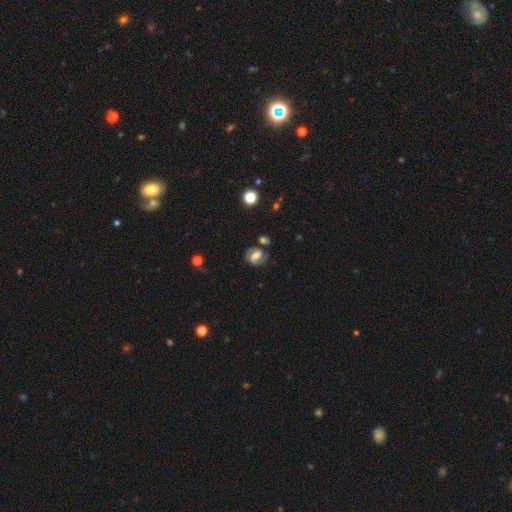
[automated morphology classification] This is likely a featured or disk galaxy (64%). It is clearly not viewed edge-on (96%). Bar: marginally weak (41%). Spiral arm pattern: clearly yes (82%). Spiral arm count: clearly 2 (84%). Spiral winding: possibly medium (48%). Central bulge: possibly moderate (49%). Merging: likely none (68%).